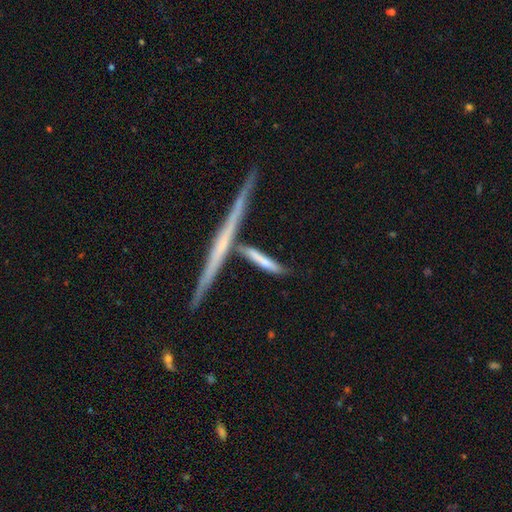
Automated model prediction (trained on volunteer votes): Smooth or featured: smooth — 54% (featured or disk — 35%)
How rounded: cigar-shaped — 84% (in between — 11%)
Merging: none — 61% (merger — 18%)